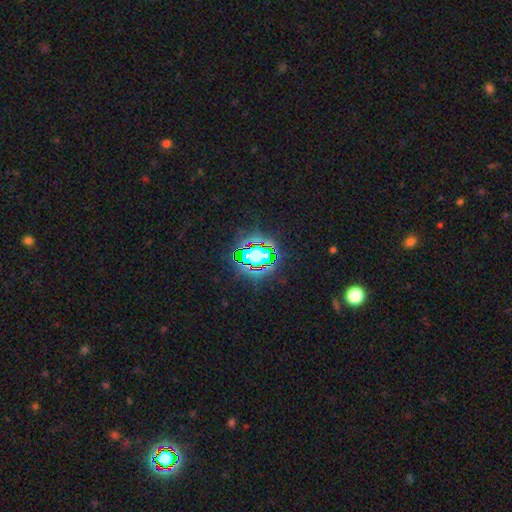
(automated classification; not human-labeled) A star or artifact, not a galaxy (68%).

Vote fractions:
- Smooth or featured? star or artifact: 68% / smooth: 19% / featured or disk: 13%